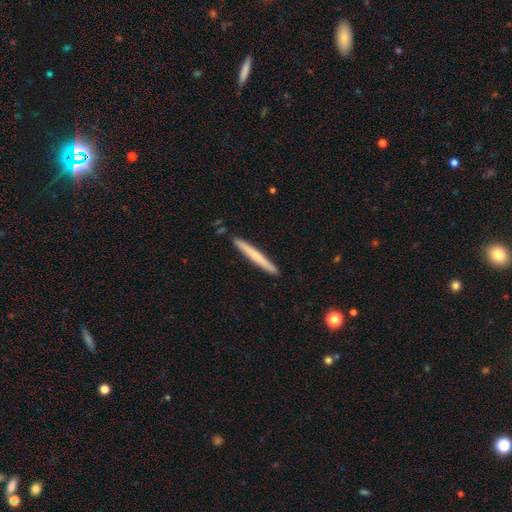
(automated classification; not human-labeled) A smooth galaxy with no disk features (62%) that is cigar-shaped (97%).

Vote fractions:
- Smooth or featured? smooth: 62% / featured or disk: 33% / star or artifact: 5%
- How rounded? cigar-shaped: 97% / in between: 2% / round: 1%
- Merging? none: 91% / minor disturbance: 7% / merger: 1% / major disturbance: 1%